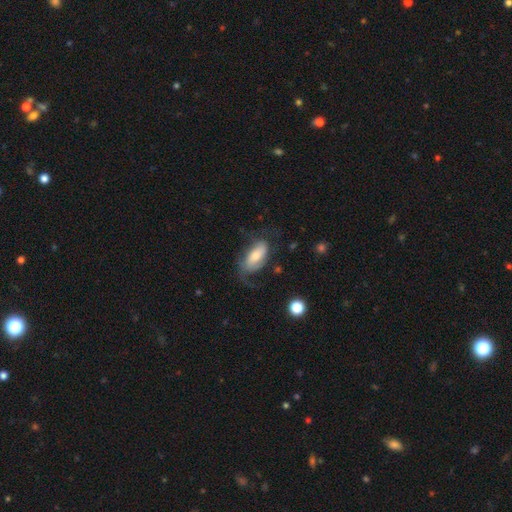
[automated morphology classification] A featured or disk galaxy (47%).

Vote fractions:
- Smooth or featured? featured or disk: 47% / smooth: 46% / star or artifact: 7%
- Merging? none: 47% / major disturbance: 27% / minor disturbance: 24% / merger: 2%